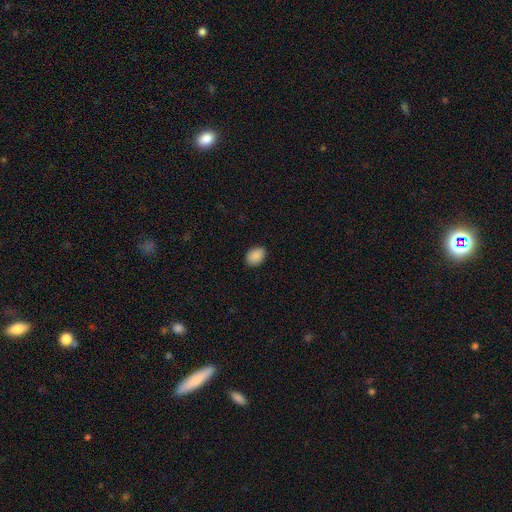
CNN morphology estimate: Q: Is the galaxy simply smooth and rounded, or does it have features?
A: smooth — 90%.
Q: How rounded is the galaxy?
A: in between — 80%.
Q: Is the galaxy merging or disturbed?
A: none — 88%.